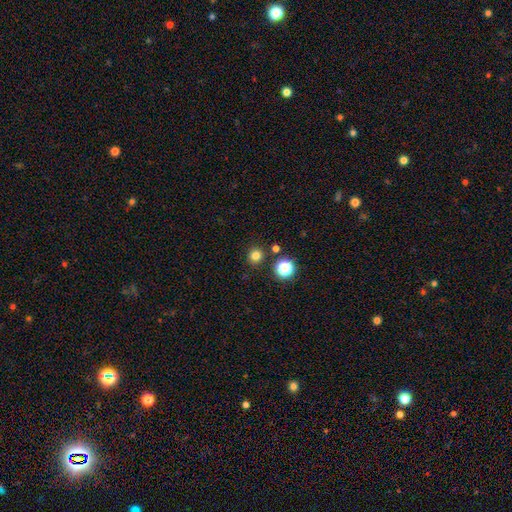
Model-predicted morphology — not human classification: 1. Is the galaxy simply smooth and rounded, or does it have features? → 79% smooth, 16% star or artifact, 5% featured or disk.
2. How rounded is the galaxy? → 91% round, 9% in between, 1% cigar-shaped.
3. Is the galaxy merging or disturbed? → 87% none, 6% minor disturbance, 4% merger, 2% major disturbance.